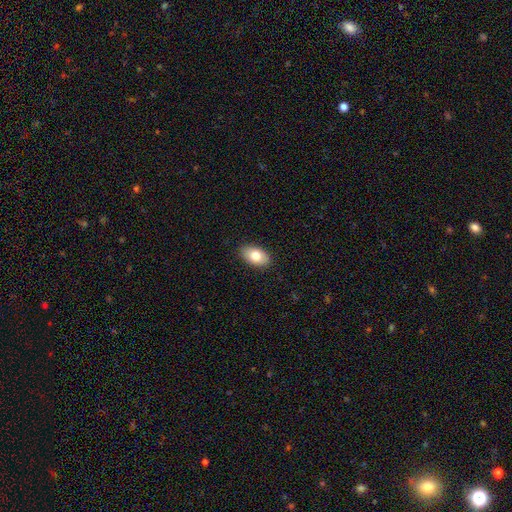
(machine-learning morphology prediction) smooth 79%, featured or disk 14%, star or artifact 7%. Down the decision tree: how rounded — in between (93%); merging — none (88%).